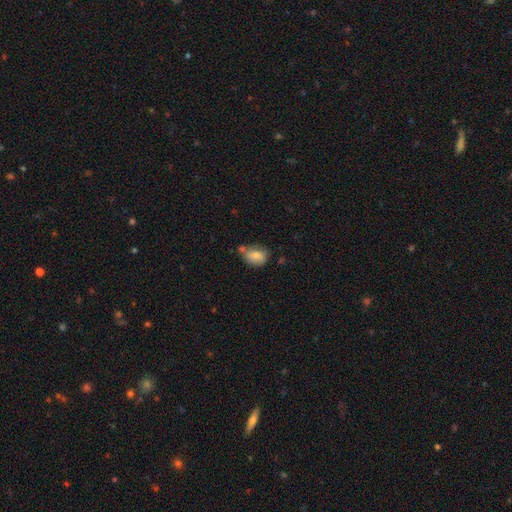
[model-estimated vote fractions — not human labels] smooth_or_featured: smooth (p=0.75) [alt: featured or disk p=0.17]
how_rounded: in between (p=0.73) [alt: round p=0.25]
merging: none (p=0.52) [alt: minor disturbance p=0.27]